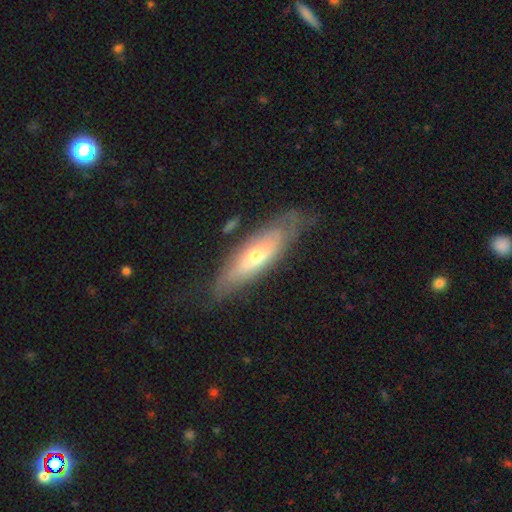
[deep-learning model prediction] A featured or disk galaxy (57%).

Vote fractions:
- Smooth or featured? featured or disk: 57% / smooth: 37% / star or artifact: 6%
- Edge-on disk? no: 60% / yes: 40%
- Merging? none: 68% / minor disturbance: 22% / major disturbance: 8% / merger: 2%